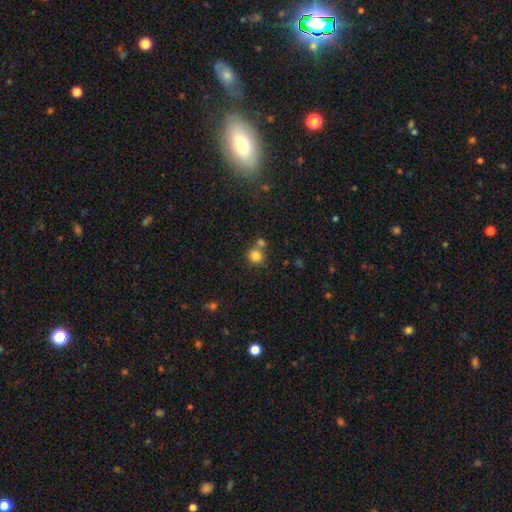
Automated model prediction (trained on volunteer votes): A smooth galaxy with no disk features (81%) that is round (87%).

Vote fractions:
- Smooth or featured? smooth: 81% / star or artifact: 12% / featured or disk: 7%
- How rounded? round: 87% / in between: 12% / cigar-shaped: 1%
- Merging? none: 56% / merger: 31% / minor disturbance: 9% / major disturbance: 4%